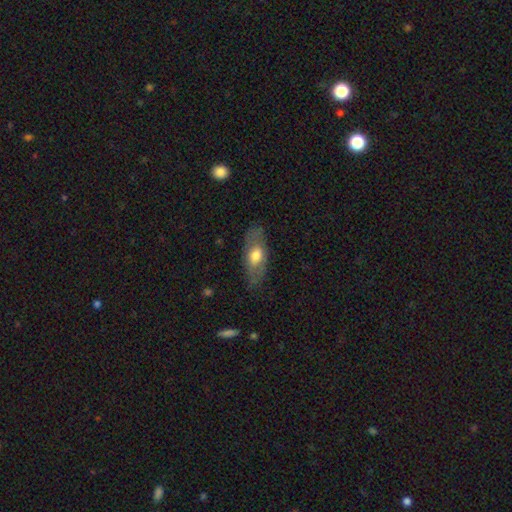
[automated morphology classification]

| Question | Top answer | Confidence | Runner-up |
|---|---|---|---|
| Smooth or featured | smooth | 58% | featured or disk (36%) |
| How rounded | in between | 80% | cigar-shaped (16%) |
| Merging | none | 75% | minor disturbance (18%) |